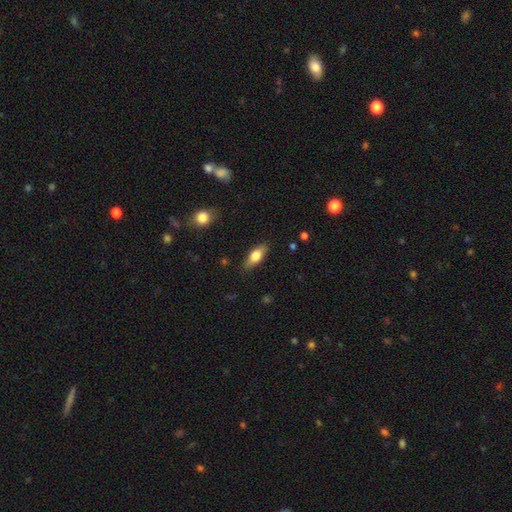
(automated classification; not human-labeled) Smooth or featured: smooth — 66% (featured or disk — 27%)
How rounded: in between — 73% (cigar-shaped — 23%)
Merging: none — 85% (minor disturbance — 12%)